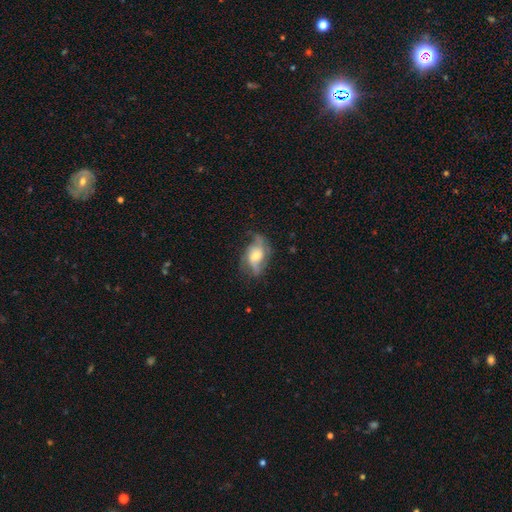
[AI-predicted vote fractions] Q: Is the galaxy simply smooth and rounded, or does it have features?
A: featured or disk — 70%.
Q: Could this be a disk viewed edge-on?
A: no — 95%.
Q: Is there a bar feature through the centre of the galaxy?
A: no — 61%.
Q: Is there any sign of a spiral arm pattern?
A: yes — 87%.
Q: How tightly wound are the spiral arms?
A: loose — 46%.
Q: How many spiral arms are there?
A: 2 — 60%.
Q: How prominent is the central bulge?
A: moderate — 57%.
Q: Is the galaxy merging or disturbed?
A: none — 56%.